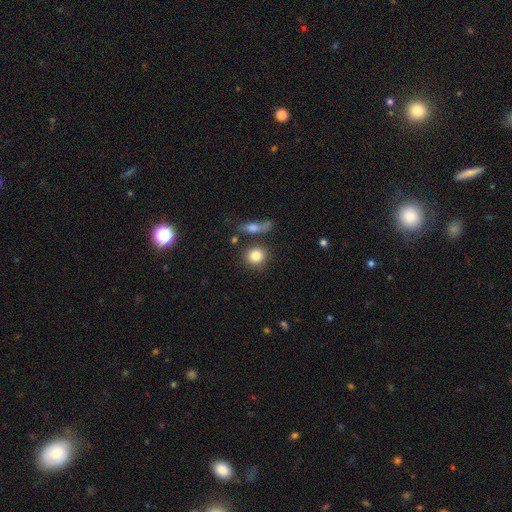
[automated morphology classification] smooth-or-featured: smooth: 83% | star or artifact: 9% | featured or disk: 8%
  how-rounded: round: 83% | in between: 15% | cigar-shaped: 2%
  merging: none: 76% | minor disturbance: 10% | merger: 10% | major disturbance: 4%